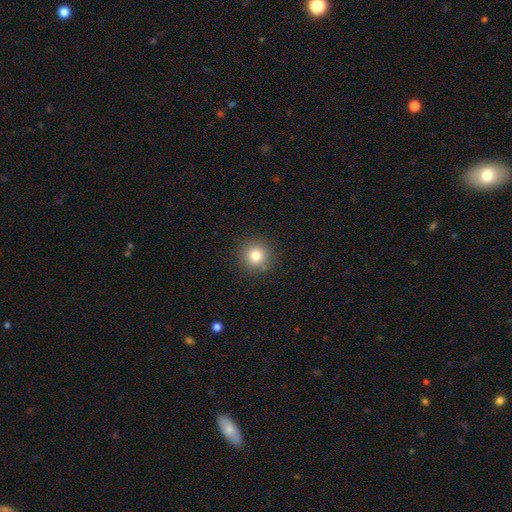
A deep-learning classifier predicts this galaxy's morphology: The model was most divided on "smooth or featured": smooth: 81%, star or artifact: 12%, featured or disk: 7%. More confident: how rounded — round (94%); merging — none (89%).